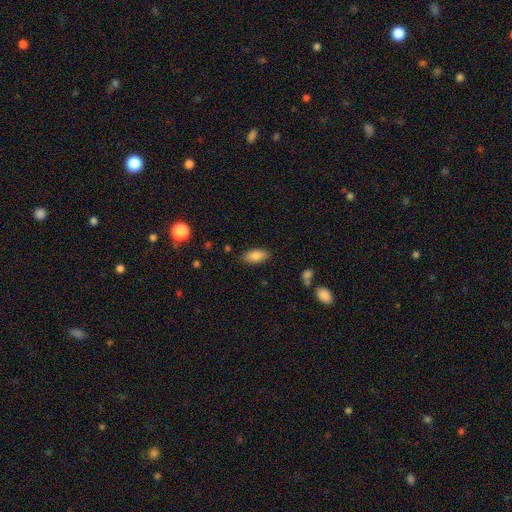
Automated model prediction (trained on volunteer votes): Q: Smooth or featured?
A: smooth (86%); runner-up: star or artifact (8%)
Q: How rounded?
A: in between (90%); runner-up: cigar-shaped (7%)
Q: Merging?
A: none (85%); runner-up: minor disturbance (11%)